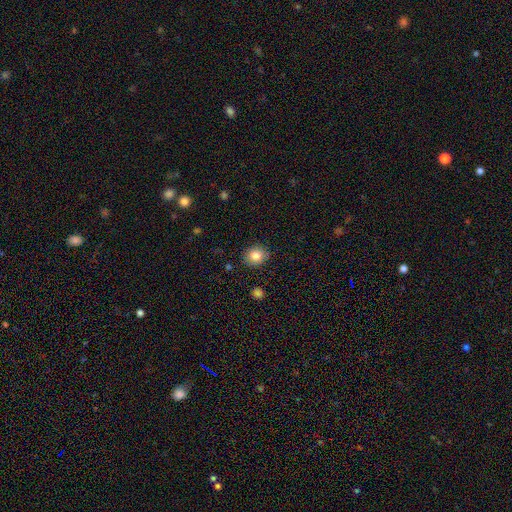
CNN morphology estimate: A smooth galaxy with no disk features (84%) that is round (76%). Merging: none (88%).